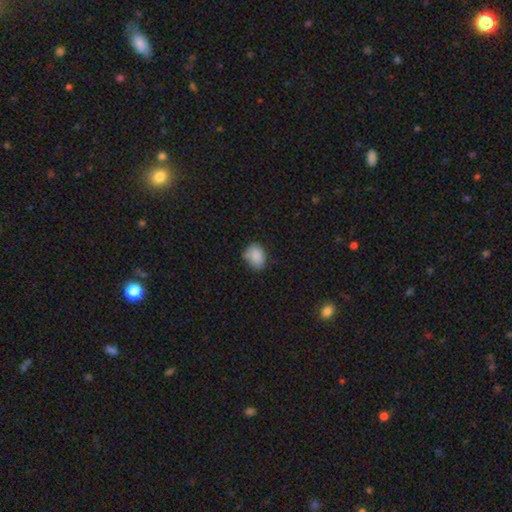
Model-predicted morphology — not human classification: Smooth or featured? Predicted: smooth (p=0.87). How rounded? Predicted: in between (p=0.65). Merging? Predicted: none (p=0.65).